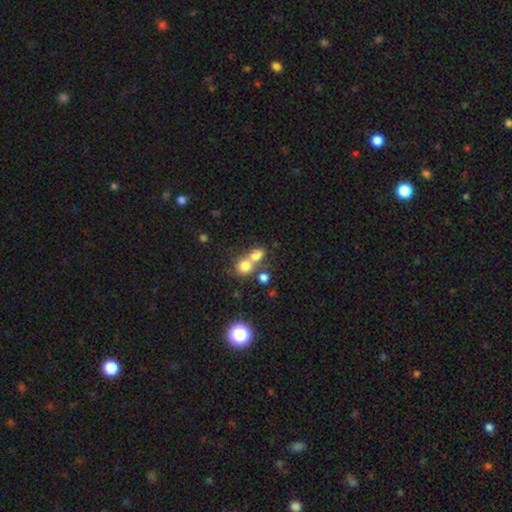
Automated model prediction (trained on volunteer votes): smooth-or-featured: smooth: 73% | star or artifact: 15% | featured or disk: 12%
  how-rounded: round: 67% | in between: 31% | cigar-shaped: 1%
  merging: merger: 54% | none: 36% | minor disturbance: 7% | major disturbance: 4%